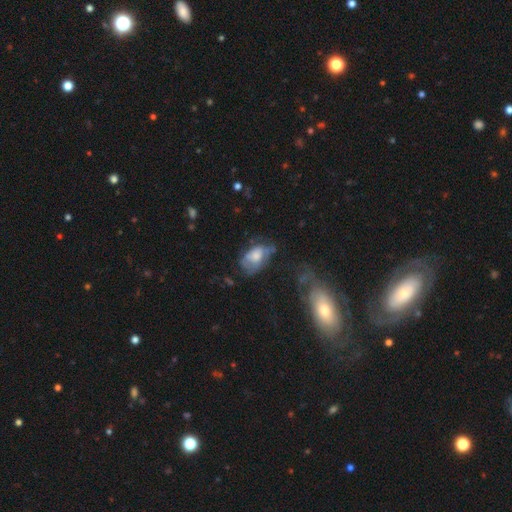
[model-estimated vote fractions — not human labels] This is possibly a smooth galaxy (46%). Merging: marginally none (39%).